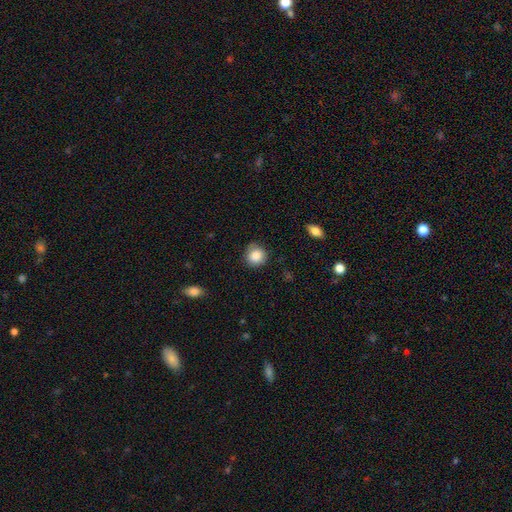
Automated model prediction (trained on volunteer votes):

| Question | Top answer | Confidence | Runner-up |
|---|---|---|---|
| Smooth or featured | smooth | 86% | star or artifact (9%) |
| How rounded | round | 88% | in between (11%) |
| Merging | none | 79% | minor disturbance (17%) |